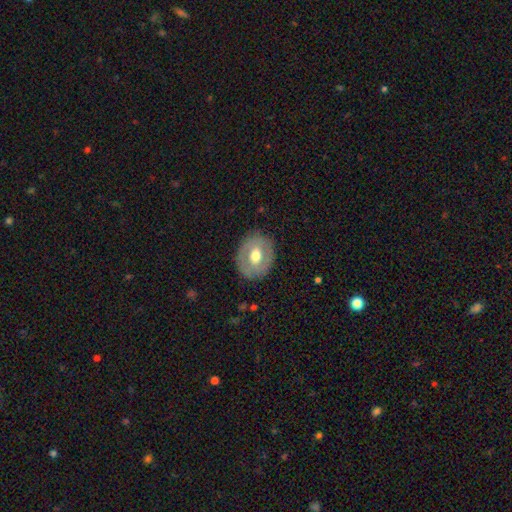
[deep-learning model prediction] Smooth or featured? smooth (49%)
Merging? none (82%)